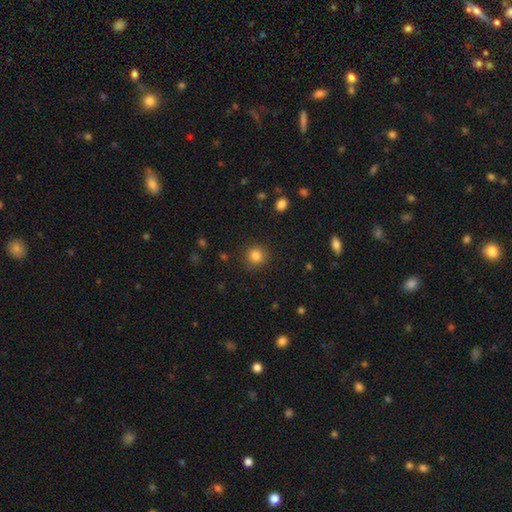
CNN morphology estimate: Q: Smooth or featured?
A: smooth (83%); runner-up: star or artifact (12%)
Q: How rounded?
A: round (92%); runner-up: in between (7%)
Q: Merging?
A: none (89%); runner-up: minor disturbance (7%)